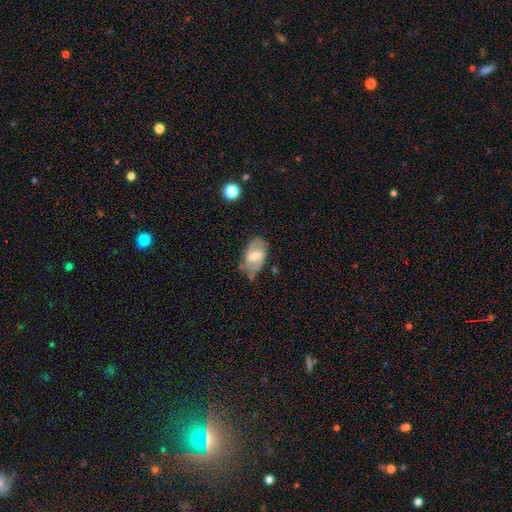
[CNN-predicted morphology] This appears to be a featured or disk galaxy (62%) with a weak bar (54%), spiral arms (78%) and a moderate central bulge (57%). Merging: none (62%).